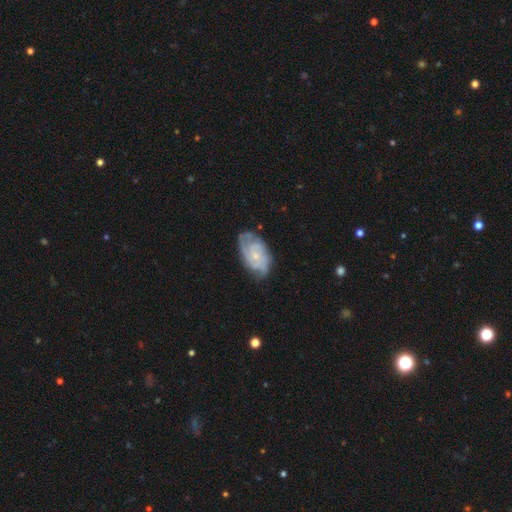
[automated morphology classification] A featured or disk galaxy (75%) with no bar (75%), tight (57%) spiral arms (92%) and a small central bulge (73%). Merging: none (66%).